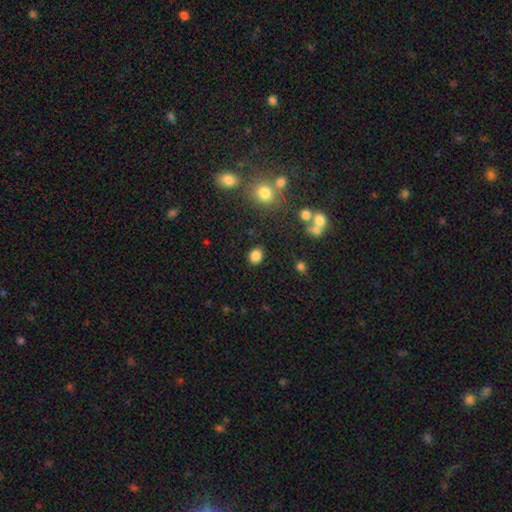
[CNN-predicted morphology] This is clearly a smooth galaxy (83%). How rounded: possibly round (55%). Merging: clearly none (85%).